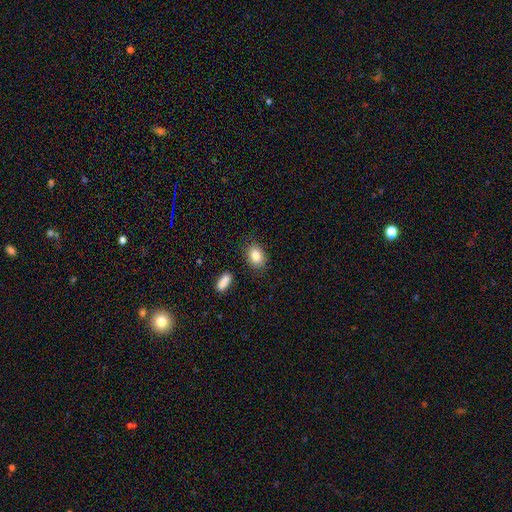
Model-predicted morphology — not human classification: Smooth or featured?
  - smooth: 85% *
  - star or artifact: 8%
  - featured or disk: 7%
How rounded?
  - in between: 74% *
  - round: 25%
  - cigar-shaped: 1%
Merging?
  - none: 84% *
  - minor disturbance: 11%
  - merger: 3%
  - major disturbance: 3%